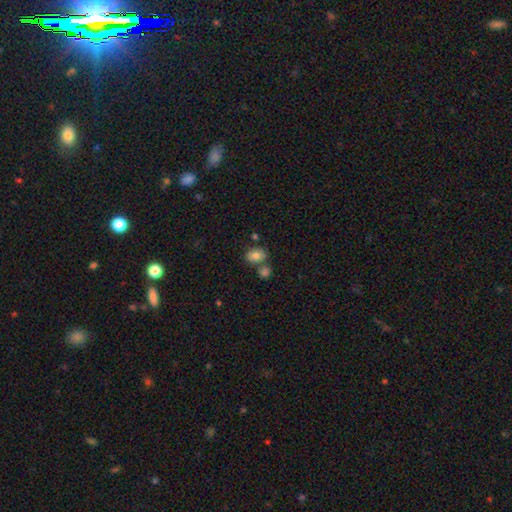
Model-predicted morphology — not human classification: This appears to be a smooth galaxy with no disk features (79%) that is in between round and cigar-shaped (59%). Merging: none (61%).